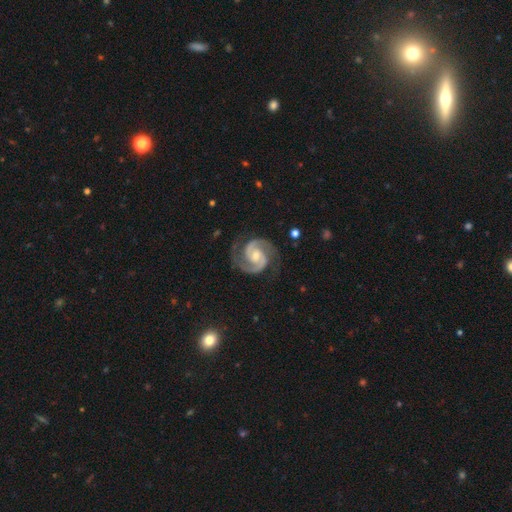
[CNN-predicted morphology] Smooth or featured? Predicted: featured or disk (p=0.93). Edge-on disk? Predicted: no (p=0.98). Bar? Predicted: no (p=0.44). Spiral arms? Predicted: yes (p=0.99). Spiral winding? Predicted: medium (p=0.57). Spiral arm count? Predicted: 2 (p=0.94). Bulge size? Predicted: moderate (p=0.53). Merging? Predicted: none (p=0.80).